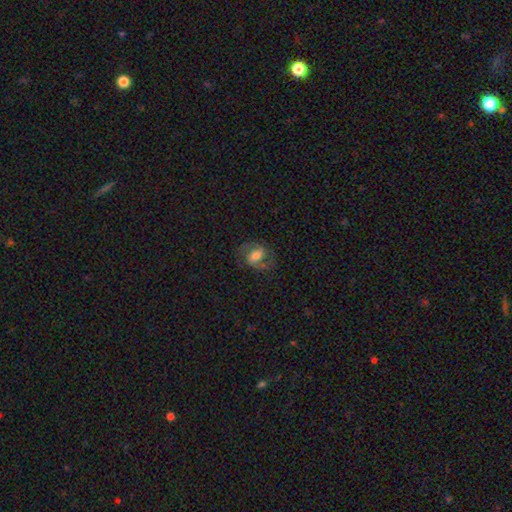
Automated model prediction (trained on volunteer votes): featured or disk 65%, smooth 26%, star or artifact 9%. Down the decision tree: edge-on disk — no (96%); bar — weak (45%); spiral arms — yes (88%); spiral arm count — 2 (88%); spiral winding — medium (54%); bulge size — moderate (58%); merging — none (71%).